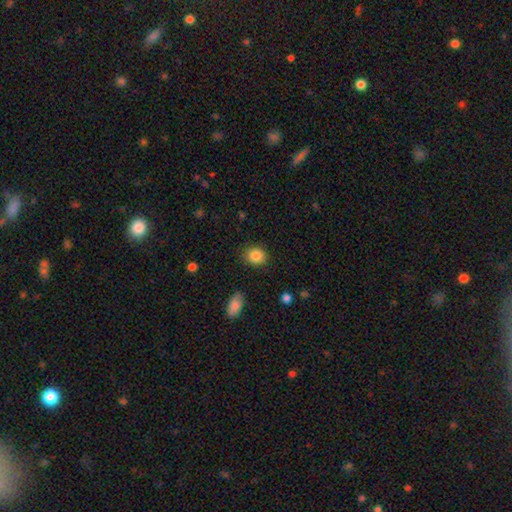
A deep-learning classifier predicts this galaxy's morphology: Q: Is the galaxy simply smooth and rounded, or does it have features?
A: smooth — 85%.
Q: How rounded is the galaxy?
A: round — 58%.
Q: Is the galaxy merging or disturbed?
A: none — 86%.